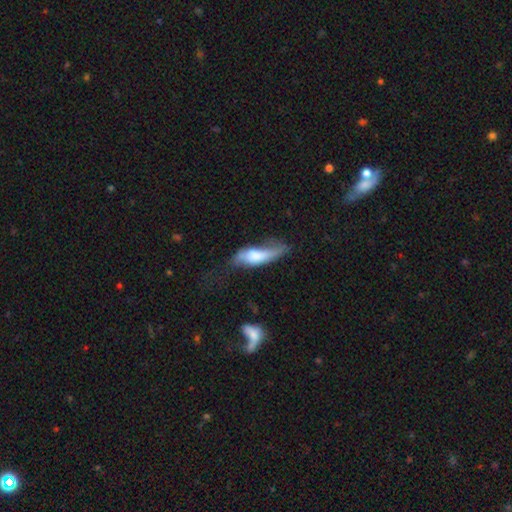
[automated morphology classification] This is possibly a smooth galaxy (59%). How rounded: possibly in between (54%). Merging: marginally major disturbance (35%).